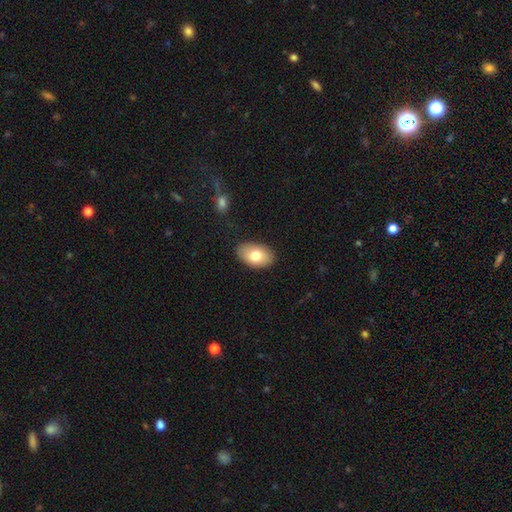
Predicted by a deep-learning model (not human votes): Overall: smooth (77%). How rounded: in between (91%). Merging: none (86%).